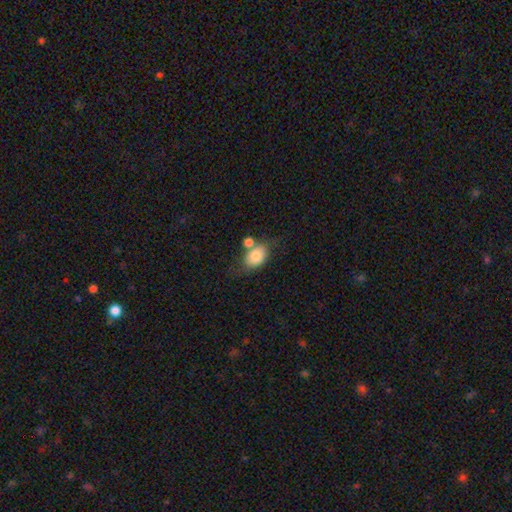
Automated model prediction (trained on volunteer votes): Smooth or featured: smooth — 79% (featured or disk — 14%)
How rounded: in between — 78% (round — 21%)
Merging: none — 48% (merger — 27%)